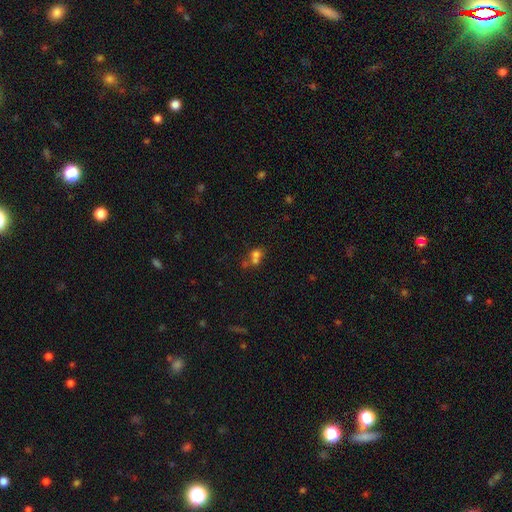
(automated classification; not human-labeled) Morphology: type=smooth (61%); roundness=round (69%); merging=merger (60%).